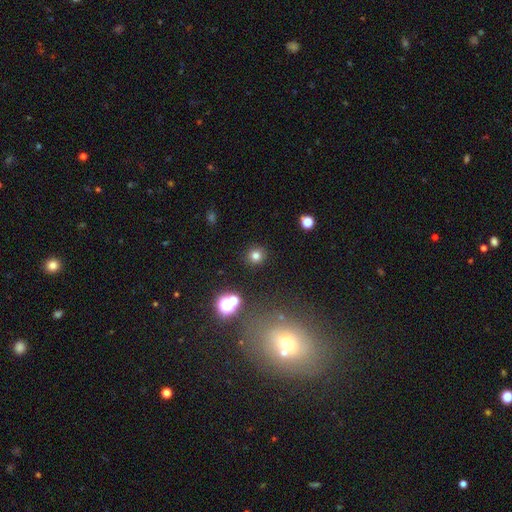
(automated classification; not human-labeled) The model was most divided on "smooth or featured": smooth: 76%, star or artifact: 17%, featured or disk: 6%. More confident: how rounded — round (91%); merging — none (90%).